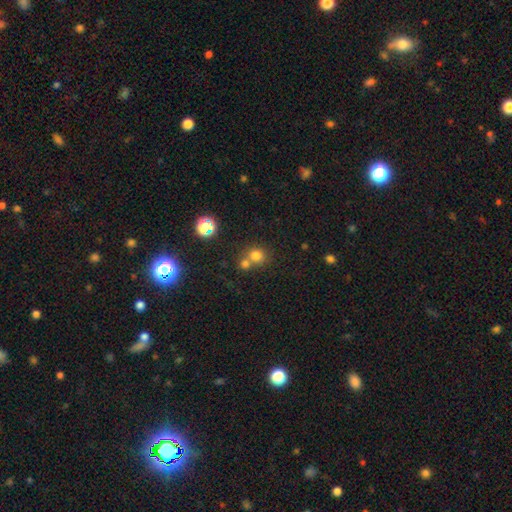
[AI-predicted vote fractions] A smooth galaxy with no disk features (75%) that is round (81%).

Vote fractions:
- Smooth or featured? smooth: 75% / star or artifact: 17% / featured or disk: 8%
- How rounded? round: 81% / in between: 18% / cigar-shaped: 1%
- Merging? none: 47% / merger: 42% / minor disturbance: 7% / major disturbance: 3%